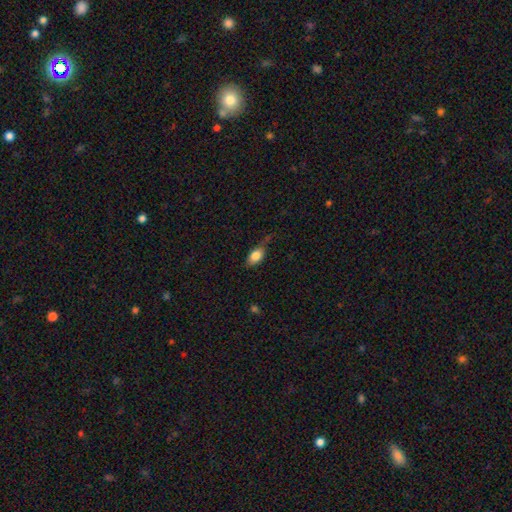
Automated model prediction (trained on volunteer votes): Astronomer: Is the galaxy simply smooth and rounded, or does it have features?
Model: smooth — 79%.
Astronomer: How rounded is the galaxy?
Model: in between — 86%.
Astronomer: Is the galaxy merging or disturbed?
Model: none — 47% (runner-up: minor disturbance, 33%).